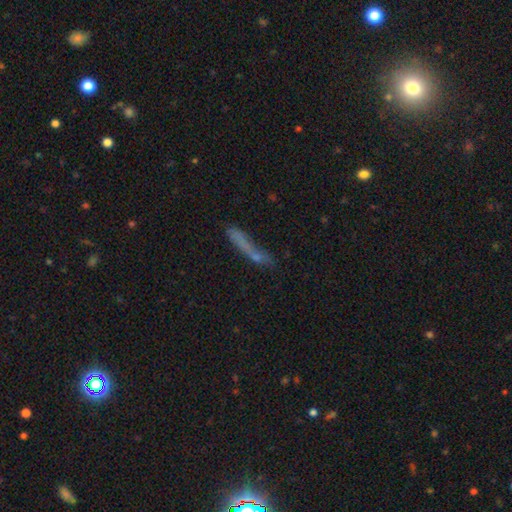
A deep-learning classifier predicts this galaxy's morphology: Smooth or featured: smooth — 58% (featured or disk — 27%)
How rounded: cigar-shaped — 86% (in between — 11%)
Merging: none — 46% (minor disturbance — 19%)